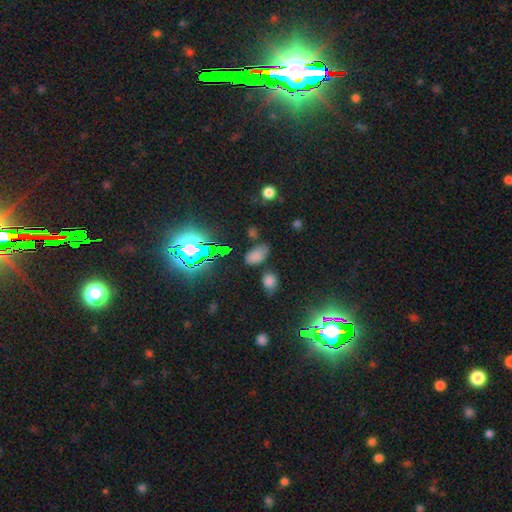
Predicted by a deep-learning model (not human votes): Smooth or featured?
  - smooth: 67% *
  - star or artifact: 26%
  - featured or disk: 7%
How rounded?
  - in between: 89% *
  - round: 8%
  - cigar-shaped: 3%
Merging?
  - none: 69% *
  - minor disturbance: 18%
  - merger: 7%
  - major disturbance: 6%